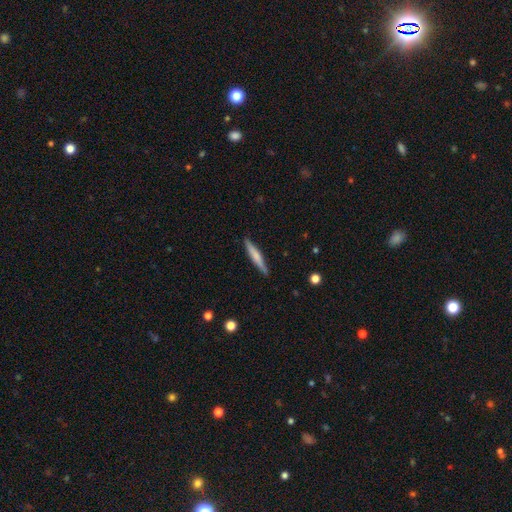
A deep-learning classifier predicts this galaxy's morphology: smooth-or-featured: smooth: 58% | featured or disk: 36% | star or artifact: 5%
  how-rounded: cigar-shaped: 93% | in between: 5% | round: 1%
  merging: none: 87% | minor disturbance: 10% | major disturbance: 2% | merger: 1%